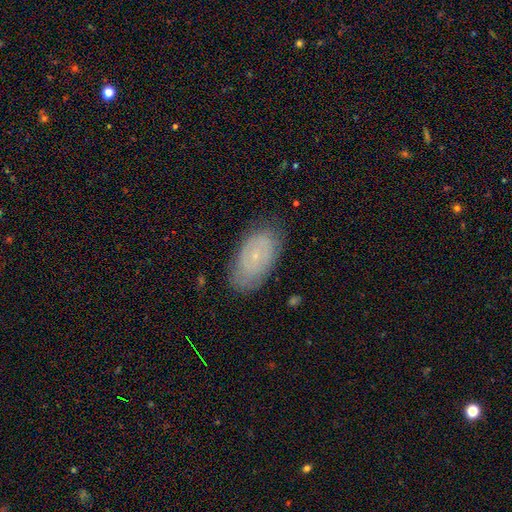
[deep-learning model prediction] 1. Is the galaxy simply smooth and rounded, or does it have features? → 52% featured or disk, 38% smooth, 10% star or artifact.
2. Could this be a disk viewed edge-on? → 93% no, 7% yes.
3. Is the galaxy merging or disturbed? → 78% none, 17% minor disturbance, 4% major disturbance, 1% merger.